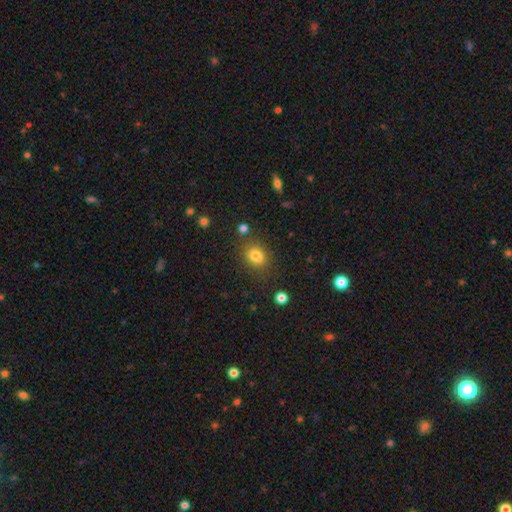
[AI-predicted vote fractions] Smooth or featured? Predicted: smooth (p=0.80). How rounded? Predicted: round (p=0.50). Merging? Predicted: none (p=0.75).